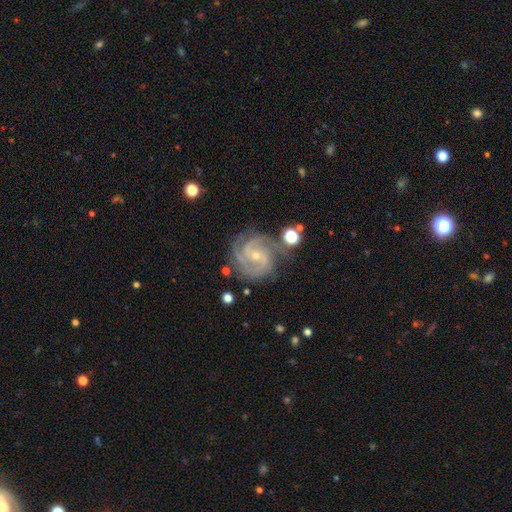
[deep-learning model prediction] Smooth or featured? featured or disk (91%)
Edge-on disk? no (98%)
Bar? no (54%)
Spiral arms? yes (98%)
Spiral winding? tight (55%)
Spiral arm count? 3 (44%)
Bulge size? small (75%)
Merging? none (72%)